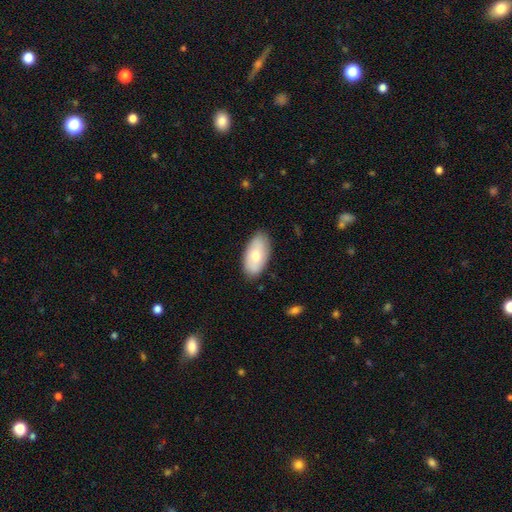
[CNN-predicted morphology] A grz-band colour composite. It shows a smooth galaxy with no disk features (67%) that is in between round and cigar-shaped (94%). Merging: none (83%).